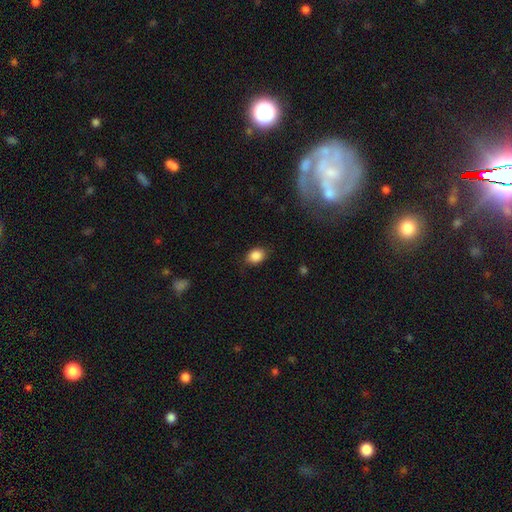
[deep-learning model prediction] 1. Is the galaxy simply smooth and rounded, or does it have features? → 87% smooth, 9% star or artifact, 4% featured or disk.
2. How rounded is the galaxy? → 64% in between, 35% round, 1% cigar-shaped.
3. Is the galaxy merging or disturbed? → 81% none, 14% minor disturbance, 3% major disturbance, 1% merger.